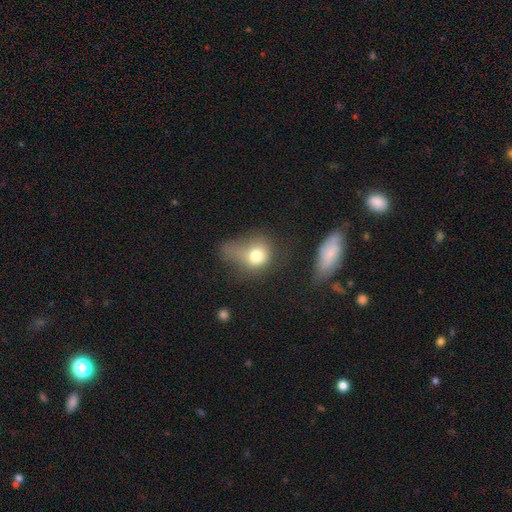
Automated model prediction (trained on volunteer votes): The model was most divided on "how rounded": round: 57%, in between: 41%, cigar-shaped: 2%. Remaining: smooth or featured — smooth (71%); merging — major disturbance (43%).